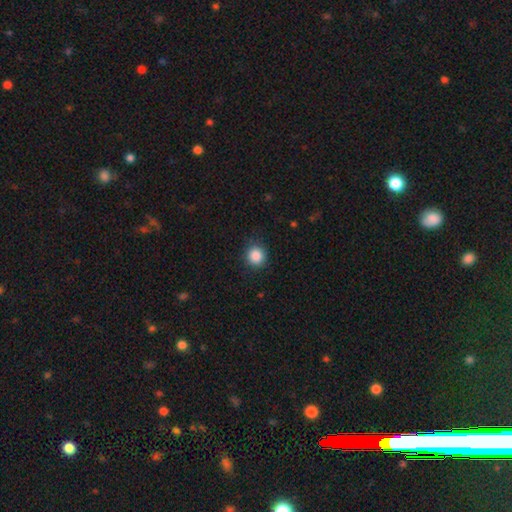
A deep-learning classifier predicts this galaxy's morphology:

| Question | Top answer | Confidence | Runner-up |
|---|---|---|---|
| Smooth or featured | smooth | 87% | star or artifact (9%) |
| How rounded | round | 91% | in between (8%) |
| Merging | none | 88% | minor disturbance (8%) |